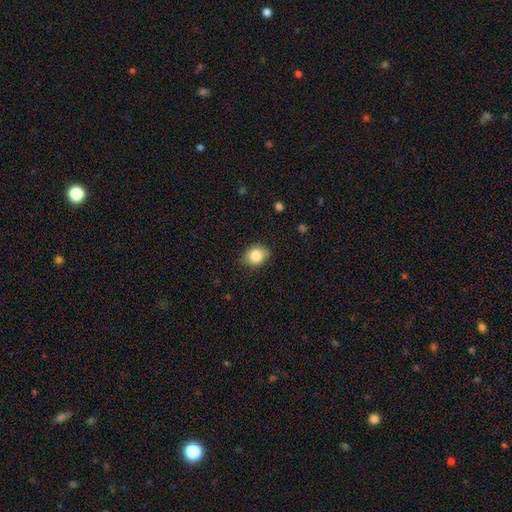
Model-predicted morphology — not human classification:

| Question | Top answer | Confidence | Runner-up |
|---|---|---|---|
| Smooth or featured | smooth | 83% | star or artifact (9%) |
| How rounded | round | 58% | in between (41%) |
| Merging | none | 82% | minor disturbance (15%) |